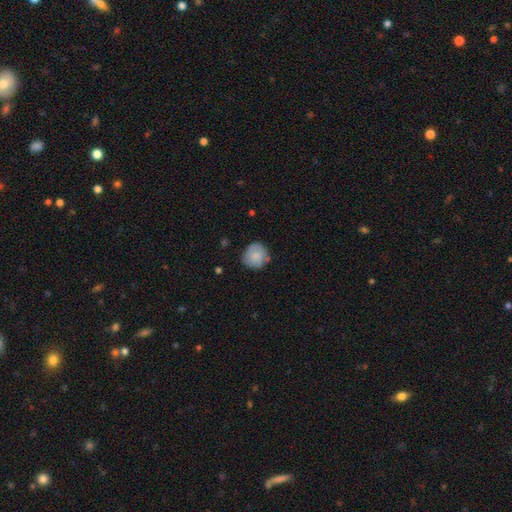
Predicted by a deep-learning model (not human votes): smooth-or-featured: smooth: 78% | featured or disk: 15% | star or artifact: 7%
  how-rounded: round: 87% | in between: 12% | cigar-shaped: 1%
  merging: none: 72% | minor disturbance: 22% | major disturbance: 5% | merger: 2%